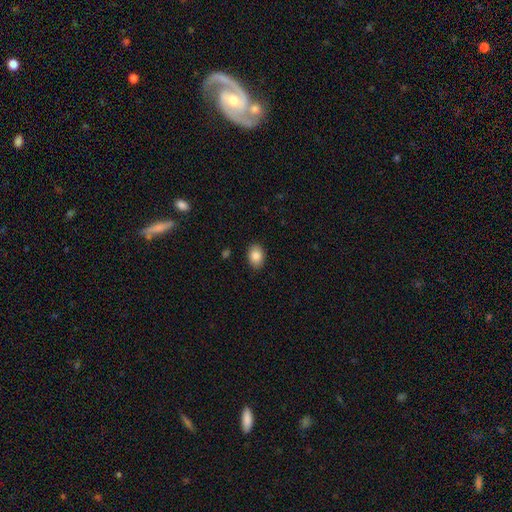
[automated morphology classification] A smooth galaxy with no disk features (86%) that is in between round and cigar-shaped (72%).

Vote fractions:
- Smooth or featured? smooth: 86% / star or artifact: 8% / featured or disk: 6%
- How rounded? in between: 72% / round: 27% / cigar-shaped: 1%
- Merging? none: 88% / minor disturbance: 9% / major disturbance: 2% / merger: 1%